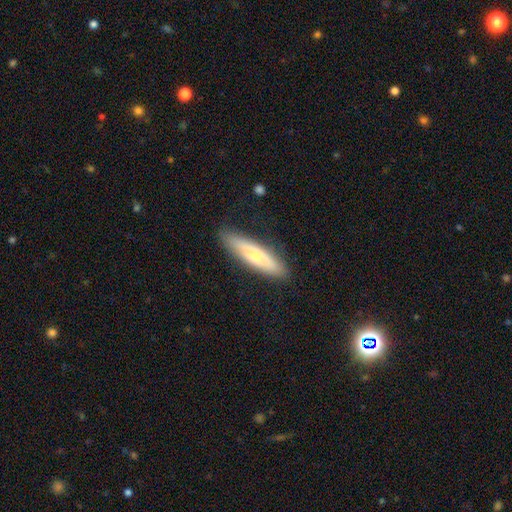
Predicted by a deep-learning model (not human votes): This is likely a smooth galaxy (62%). How rounded: likely cigar-shaped (76%). Merging: clearly none (86%).